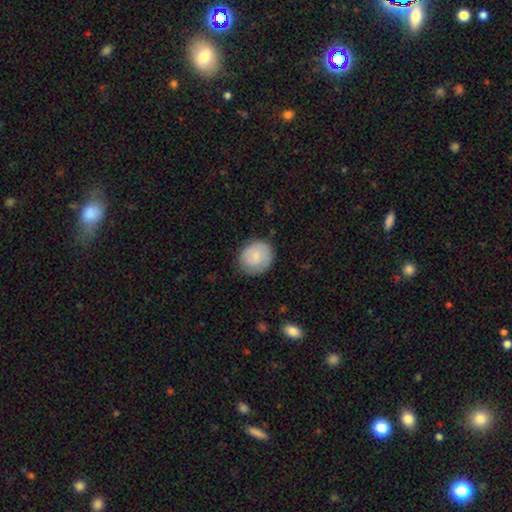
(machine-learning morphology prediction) Smooth or featured? Predicted: smooth (p=0.75). How rounded? Predicted: round (p=0.84). Merging? Predicted: none (p=0.80).